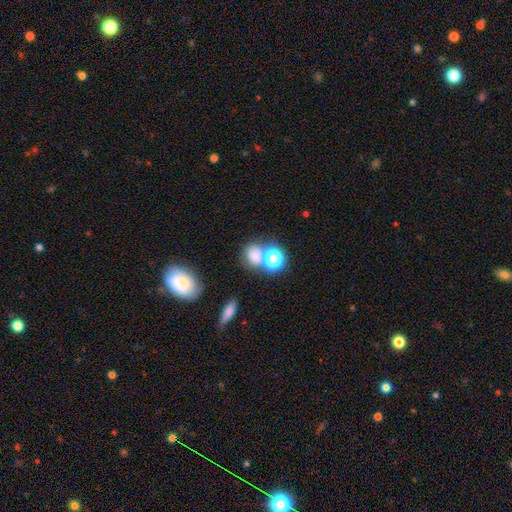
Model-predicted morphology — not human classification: smooth-or-featured: smooth: 69% | star or artifact: 22% | featured or disk: 9%
  how-rounded: round: 66% | in between: 33% | cigar-shaped: 1%
  merging: none: 51% | merger: 34% | minor disturbance: 10% | major disturbance: 5%